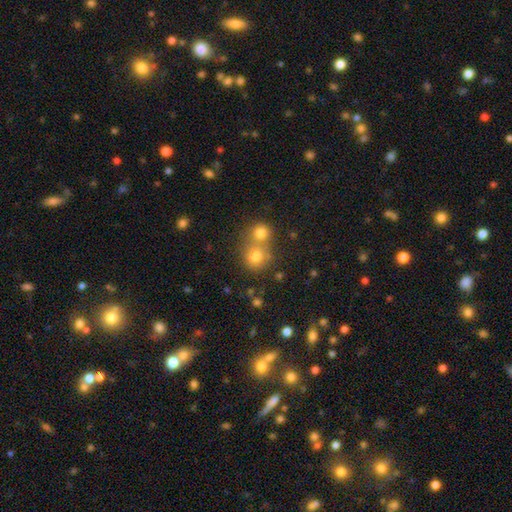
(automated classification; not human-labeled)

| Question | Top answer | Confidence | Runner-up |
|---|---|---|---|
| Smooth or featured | smooth | 74% | star or artifact (17%) |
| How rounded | round | 86% | in between (13%) |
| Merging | none | 47% | merger (44%) |